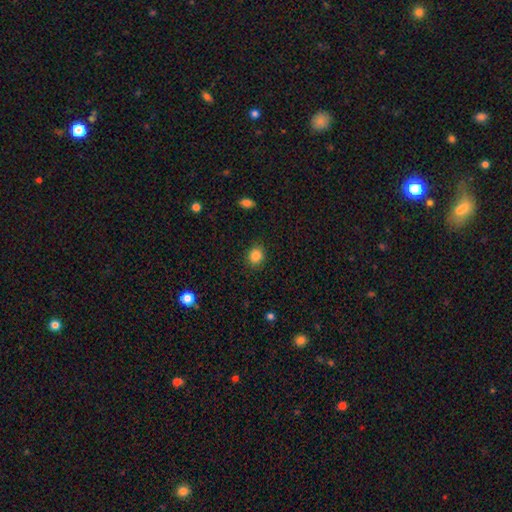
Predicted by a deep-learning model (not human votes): Overall: smooth (85%). How rounded: round (70%). Merging: none (87%).